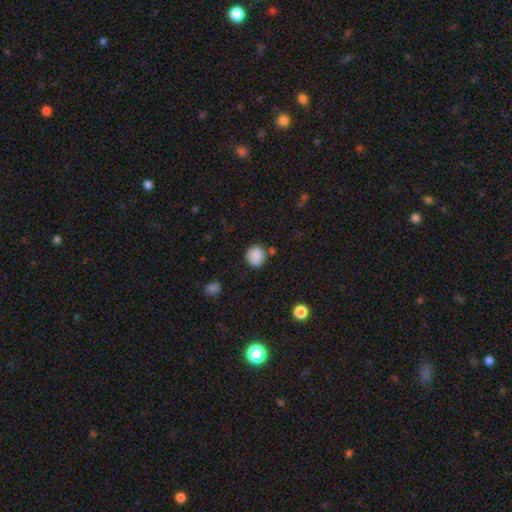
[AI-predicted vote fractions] Smooth or featured? Predicted: smooth (p=0.87). How rounded? Predicted: round (p=0.83). Merging? Predicted: none (p=0.79).